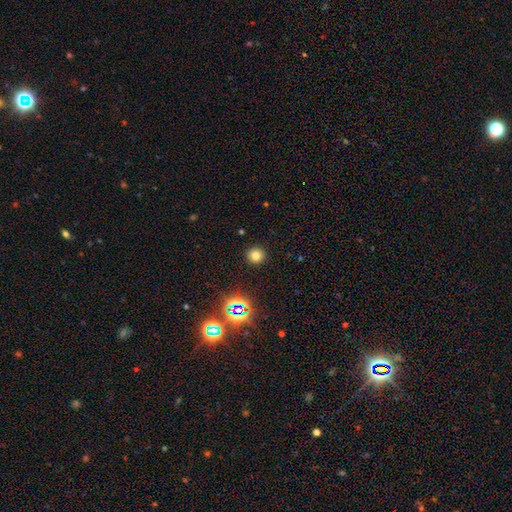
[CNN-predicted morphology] smooth-or-featured: smooth: 73% | star or artifact: 20% | featured or disk: 7%
  how-rounded: round: 92% | in between: 7% | cigar-shaped: 1%
  merging: none: 91% | minor disturbance: 5% | major disturbance: 2% | merger: 1%